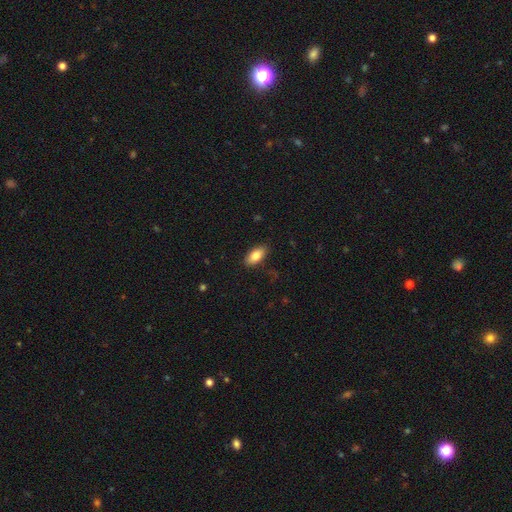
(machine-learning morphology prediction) Smooth or featured?
  - smooth: 83% *
  - featured or disk: 10%
  - star or artifact: 7%
How rounded?
  - in between: 91% *
  - cigar-shaped: 6%
  - round: 3%
Merging?
  - none: 87% *
  - minor disturbance: 10%
  - major disturbance: 2%
  - merger: 1%